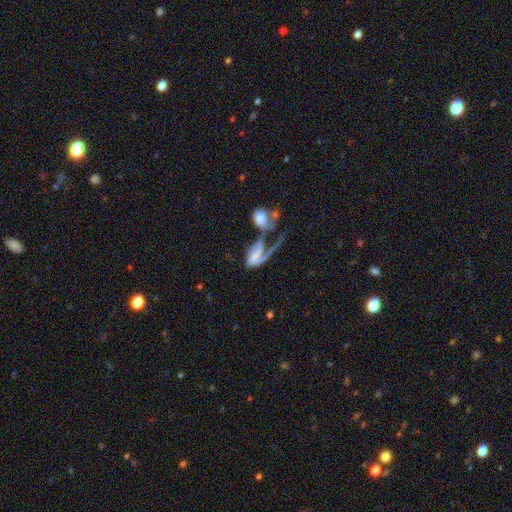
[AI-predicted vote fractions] featured or disk 63%, smooth 30%, star or artifact 8%. Down the decision tree: edge-on disk — no (95%); bar — no (44%); spiral arms — yes (77%); bulge size — small (35%); merging — merger (51%).